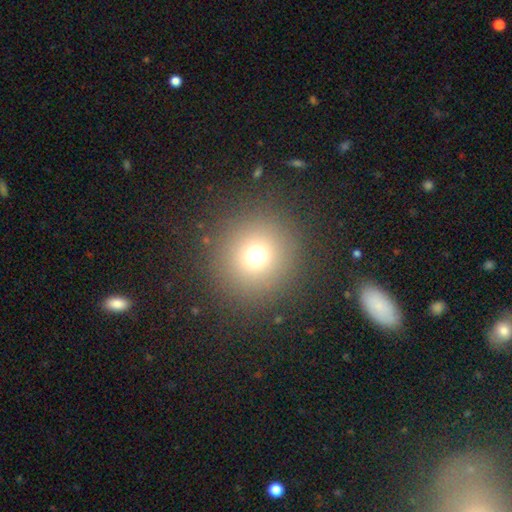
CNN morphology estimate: The model was most divided on "smooth or featured": smooth: 68%, star or artifact: 23%, featured or disk: 9%. More confident: how rounded — round (94%); merging — none (88%).